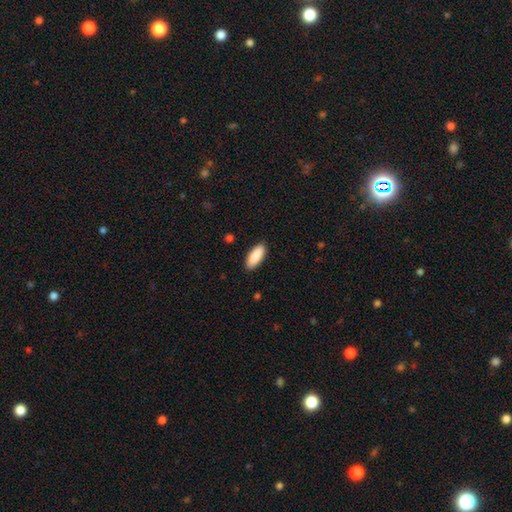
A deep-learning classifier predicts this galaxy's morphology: Smooth or featured?
  - smooth: 90% *
  - star or artifact: 5%
  - featured or disk: 5%
How rounded?
  - in between: 80% *
  - cigar-shaped: 19%
  - round: 2%
Merging?
  - none: 89% *
  - minor disturbance: 8%
  - major disturbance: 2%
  - merger: 1%